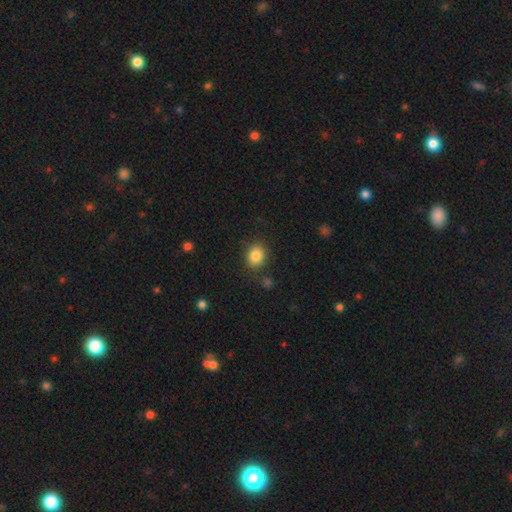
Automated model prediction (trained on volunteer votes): Smooth or featured: smooth — 85% (star or artifact — 10%)
How rounded: round — 61% (in between — 38%)
Merging: none — 83% (minor disturbance — 11%)